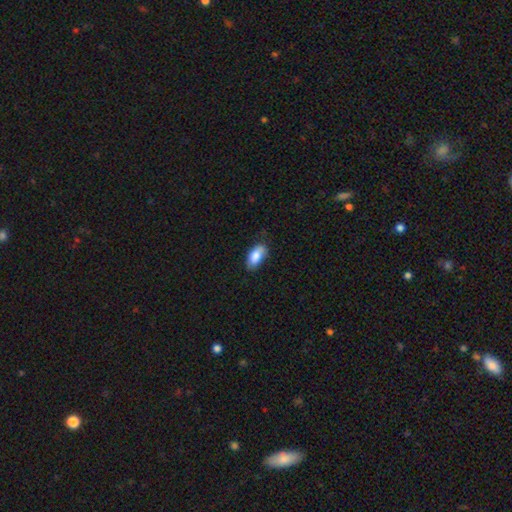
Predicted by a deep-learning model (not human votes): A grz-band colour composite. It shows a smooth galaxy with no disk features (85%) that is in between round and cigar-shaped (92%). Merging: none (72%).